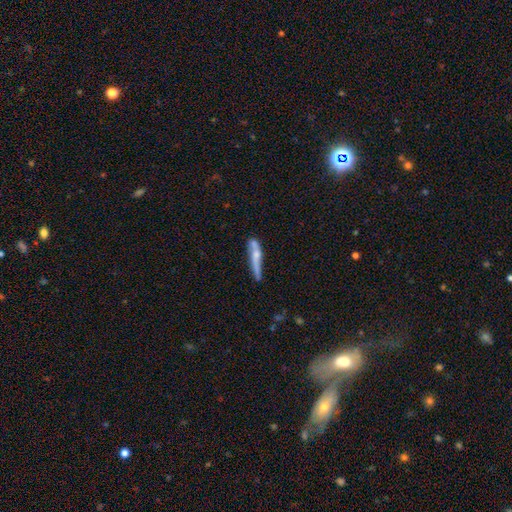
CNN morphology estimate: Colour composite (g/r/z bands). It shows a smooth galaxy with no disk features (48%). Merging: none (48%).